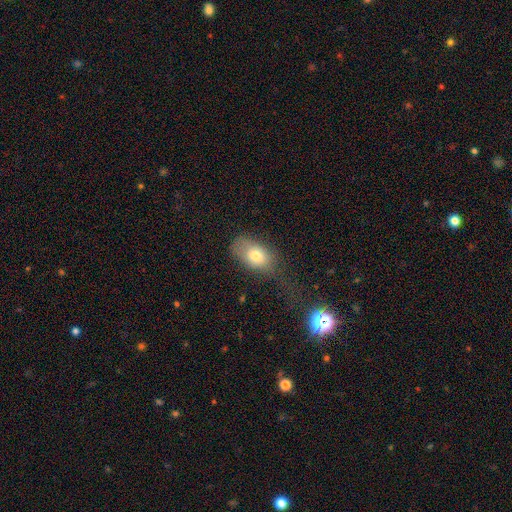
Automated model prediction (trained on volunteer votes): The model was most divided on "merging": none: 43%, minor disturbance: 30%, major disturbance: 23%, merger: 4%. More confident: how rounded — in between (86%); smooth or featured — smooth (75%).